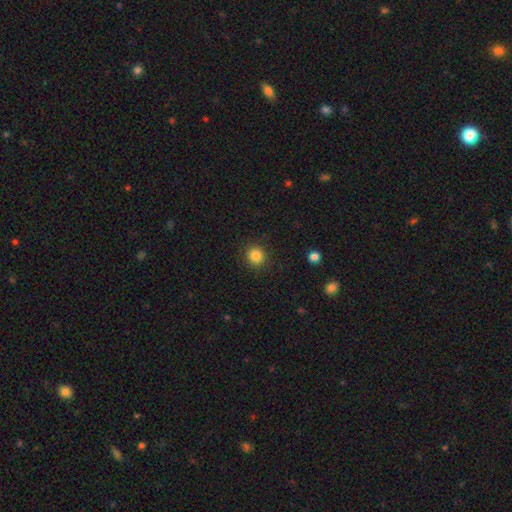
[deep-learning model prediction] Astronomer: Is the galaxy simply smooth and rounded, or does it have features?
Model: smooth — 84%.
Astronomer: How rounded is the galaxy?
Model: round — 92%.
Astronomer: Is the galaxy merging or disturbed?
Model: none — 90%.